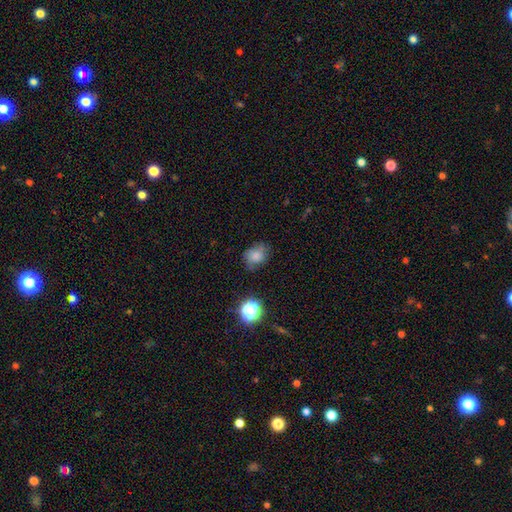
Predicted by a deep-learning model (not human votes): Smooth or featured?
  - smooth: 77% *
  - star or artifact: 13%
  - featured or disk: 10%
How rounded?
  - round: 51% *
  - in between: 48%
  - cigar-shaped: 1%
Merging?
  - none: 64% *
  - minor disturbance: 26%
  - major disturbance: 8%
  - merger: 2%